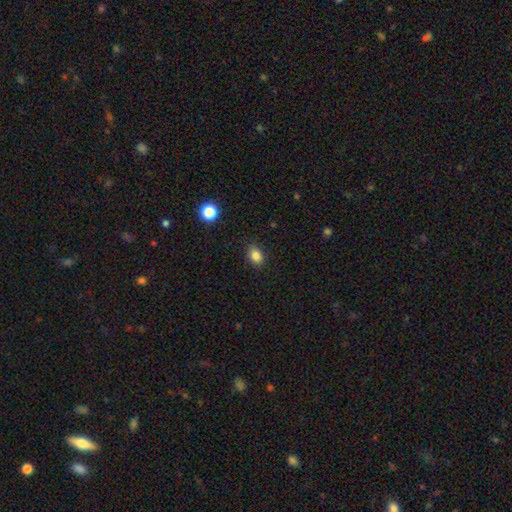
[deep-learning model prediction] smooth-or-featured: smooth: 85% | star or artifact: 11% | featured or disk: 5%
  how-rounded: in between: 66% | round: 33% | cigar-shaped: 1%
  merging: none: 87% | minor disturbance: 10% | major disturbance: 2% | merger: 1%